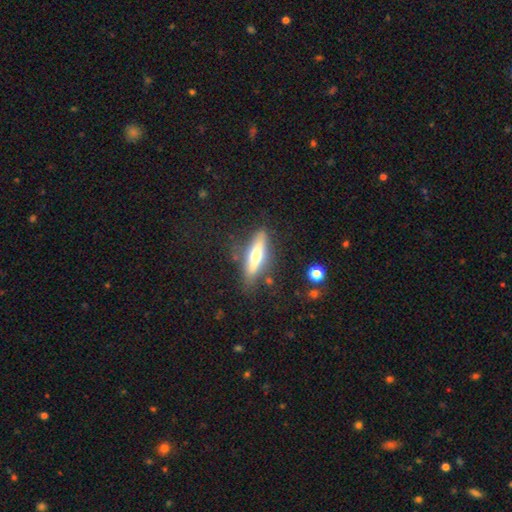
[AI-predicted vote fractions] Morphology: type=featured or disk (48%); merging=none (79%).